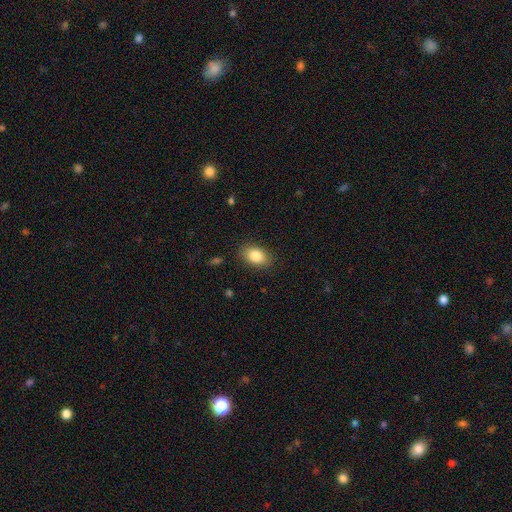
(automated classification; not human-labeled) Morphology: type=smooth (85%); roundness=in between (86%); merging=none (85%).